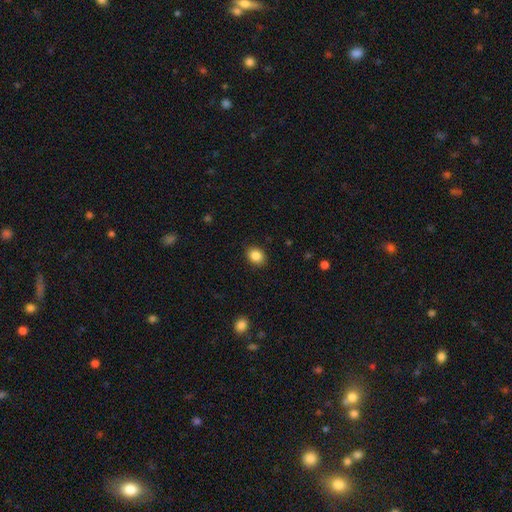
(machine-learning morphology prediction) smooth-or-featured: smooth: 86% | star or artifact: 9% | featured or disk: 4%
  how-rounded: in between: 52% | round: 47% | cigar-shaped: 1%
  merging: none: 88% | minor disturbance: 9% | major disturbance: 2% | merger: 1%